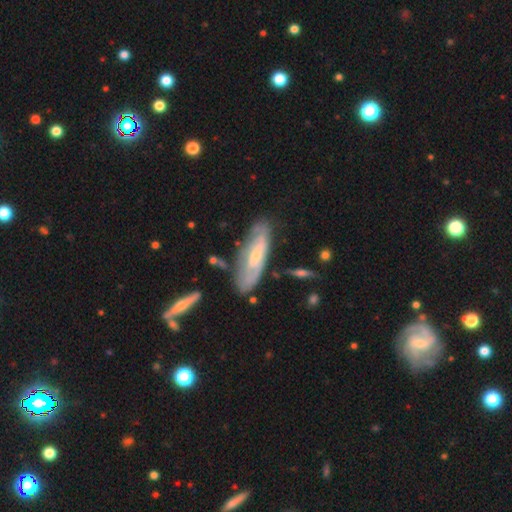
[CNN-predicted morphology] A featured or disk galaxy (62%).

Vote fractions:
- Smooth or featured? featured or disk: 62% / smooth: 31% / star or artifact: 6%
- Edge-on disk? no: 75% / yes: 25%
- Merging? none: 68% / minor disturbance: 21% / major disturbance: 6% / merger: 4%